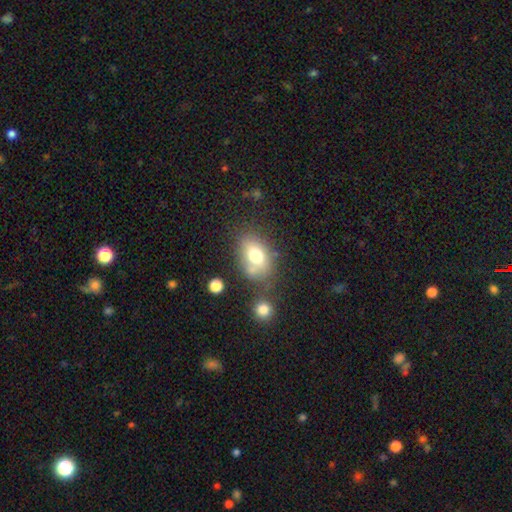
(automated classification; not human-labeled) Smooth or featured? Predicted: smooth (p=0.72). How rounded? Predicted: in between (p=0.71). Merging? Predicted: none (p=0.57).